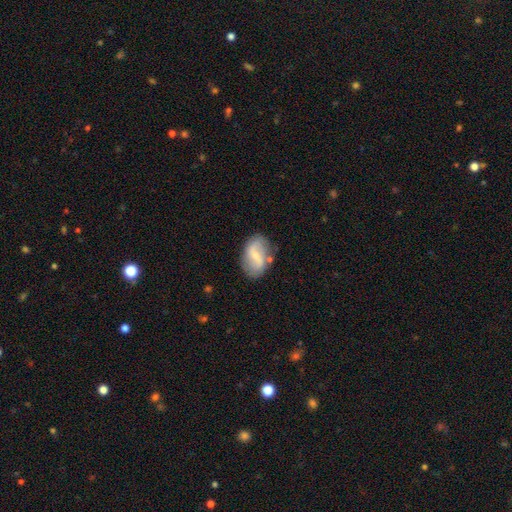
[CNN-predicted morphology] Smooth or featured? Predicted: featured or disk (p=0.56). Edge-on disk? Predicted: no (p=0.96). Bar? Predicted: weak (p=0.50). Spiral arms? Predicted: yes (p=0.73). Bulge size? Predicted: small (p=0.59). Merging? Predicted: none (p=0.72).